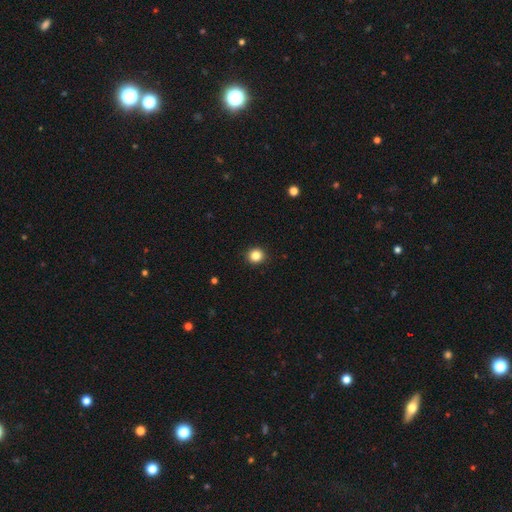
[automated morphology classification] A smooth galaxy with no disk features (85%) that is round (91%).

Vote fractions:
- Smooth or featured? smooth: 85% / star or artifact: 11% / featured or disk: 4%
- How rounded? round: 91% / in between: 8% / cigar-shaped: 1%
- Merging? none: 93% / minor disturbance: 5% / major disturbance: 1% / merger: 1%